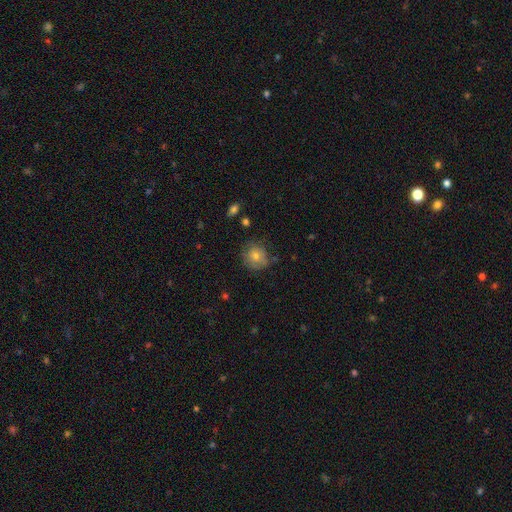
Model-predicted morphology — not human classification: smooth-or-featured: smooth: 68% | featured or disk: 20% | star or artifact: 12%
  how-rounded: round: 88% | in between: 11% | cigar-shaped: 1%
  merging: none: 74% | minor disturbance: 19% | major disturbance: 5% | merger: 2%